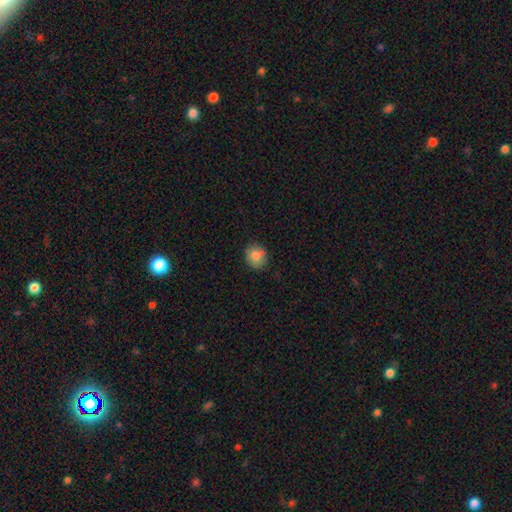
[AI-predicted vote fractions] This appears to be a smooth galaxy with no disk features (80%) that is round (69%). Merging: none (74%).